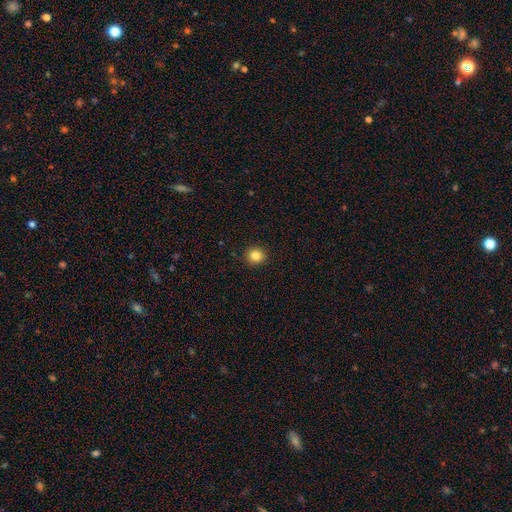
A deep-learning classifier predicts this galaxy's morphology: A smooth galaxy with no disk features (84%) that is round (86%). Merging: none (92%).